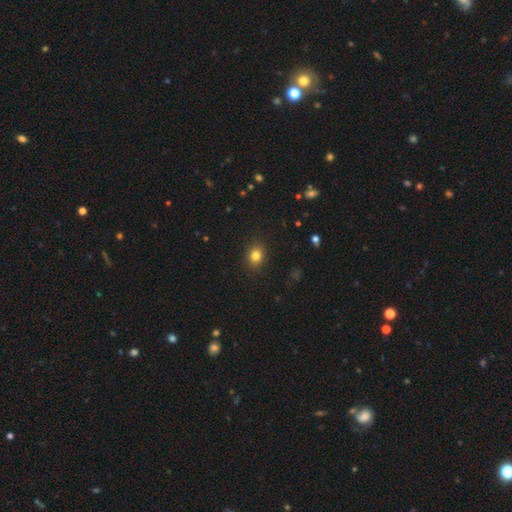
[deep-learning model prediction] Overall: smooth (82%). How rounded: round (52%; in between 47%). Merging: none (88%).